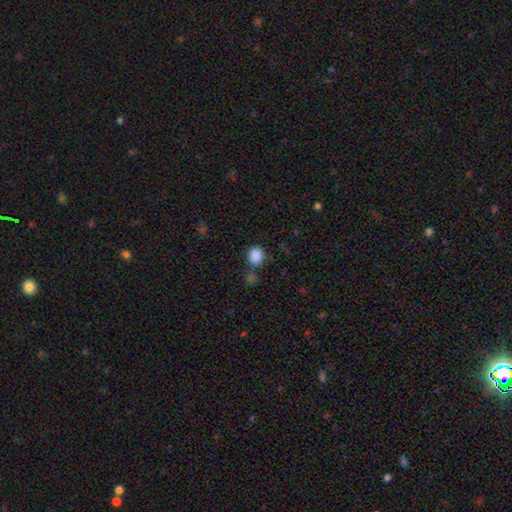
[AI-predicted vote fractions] Morphology: type=smooth (87%); roundness=round (67%); merging=none (73%).